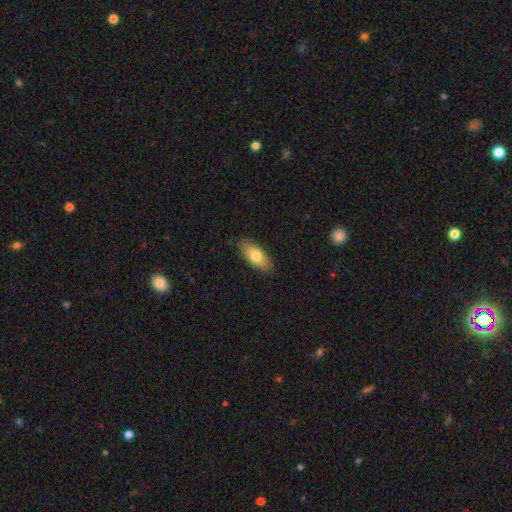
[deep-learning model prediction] Overall: smooth (74%). How rounded: in between (82%). Merging: none (86%).